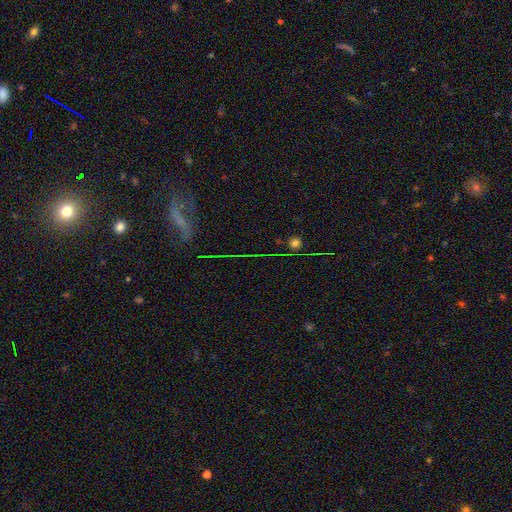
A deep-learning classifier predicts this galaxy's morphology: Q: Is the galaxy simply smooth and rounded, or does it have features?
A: star or artifact — 50%.